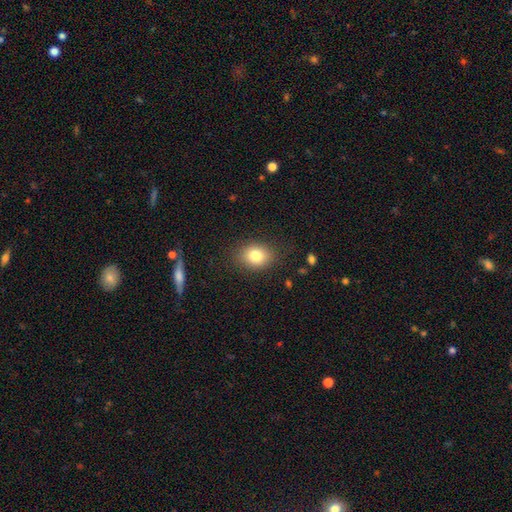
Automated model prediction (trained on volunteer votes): A smooth galaxy with no disk features (81%) that is in between round and cigar-shaped (54%). Merging: none (83%).